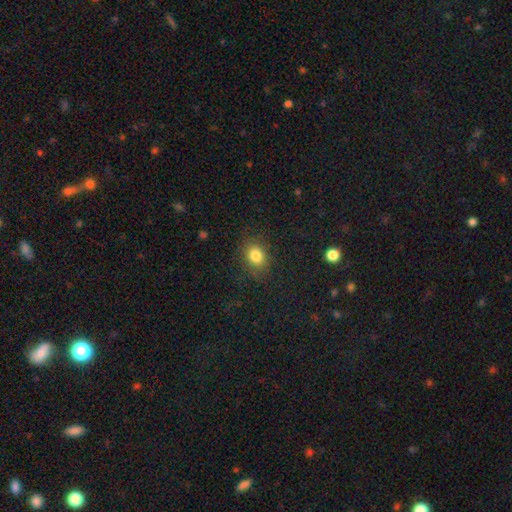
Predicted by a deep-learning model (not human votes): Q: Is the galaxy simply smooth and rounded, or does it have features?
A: smooth — 82%.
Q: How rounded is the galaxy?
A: in between — 51%.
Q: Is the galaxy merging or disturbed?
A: none — 82%.